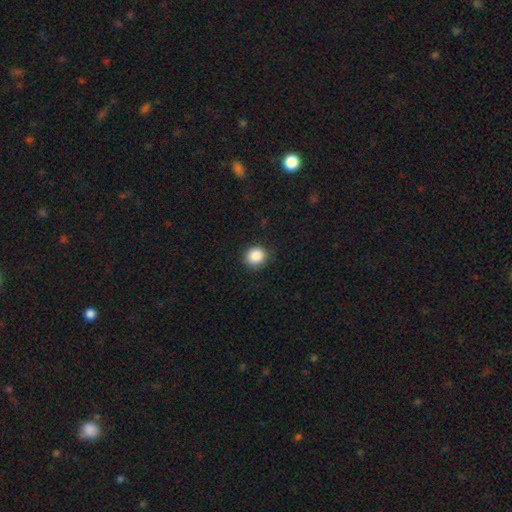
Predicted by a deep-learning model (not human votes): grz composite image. It shows a smooth galaxy with no disk features (88%) that is round (83%). Merging: none (88%).